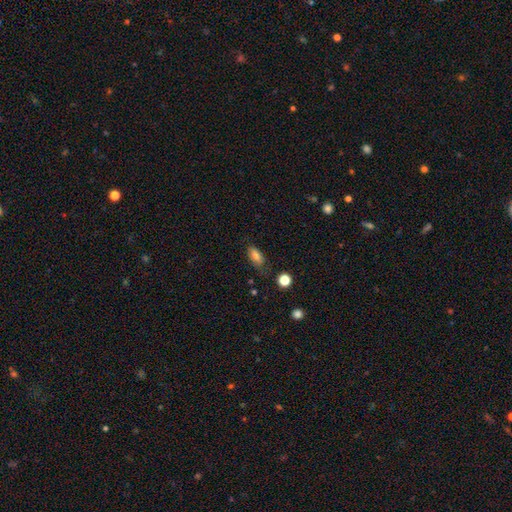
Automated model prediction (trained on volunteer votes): The model was most divided on "merging": none: 70%, minor disturbance: 22%, major disturbance: 6%, merger: 2%. More confident: how rounded — in between (87%); smooth or featured — smooth (80%).